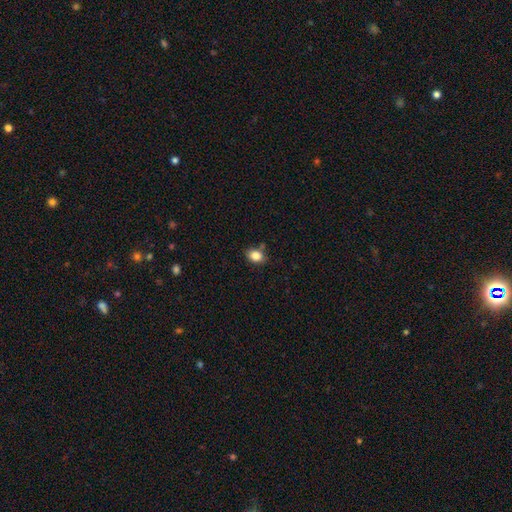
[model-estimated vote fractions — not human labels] Smooth or featured? Predicted: smooth (p=0.85). How rounded? Predicted: in between (p=0.64). Merging? Predicted: none (p=0.75).